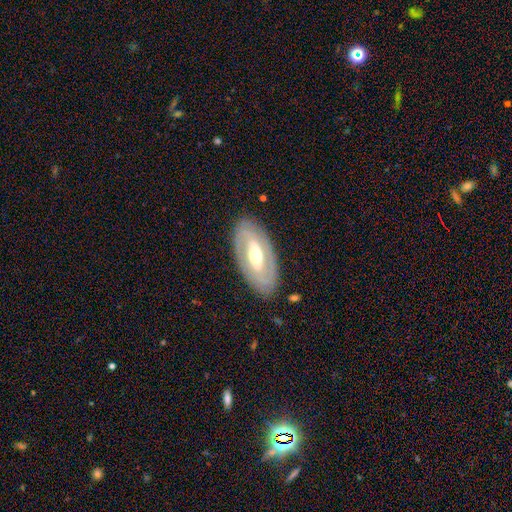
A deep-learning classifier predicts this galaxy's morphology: smooth_or_featured: featured or disk (p=0.75) [alt: smooth p=0.20]
disk_edge_on: no (p=0.90) [alt: yes p=0.10]
bar: weak (p=0.36) [alt: strong p=0.34]
has_spiral_arms: yes (p=0.61) [alt: no p=0.39]
bulge_size: moderate (p=0.69) [alt: small p=0.21]
merging: none (p=0.85) [alt: minor disturbance p=0.10]